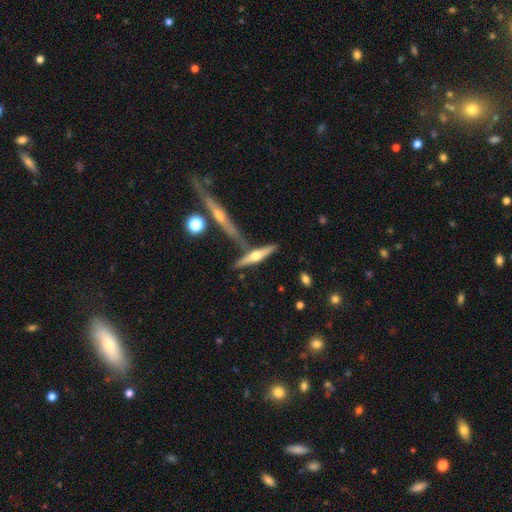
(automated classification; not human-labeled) Overall: featured or disk (66%; smooth 27%). Edge-on disk: yes (96%). Edge-on bulge: rounded (93%). Merging: none (66%).